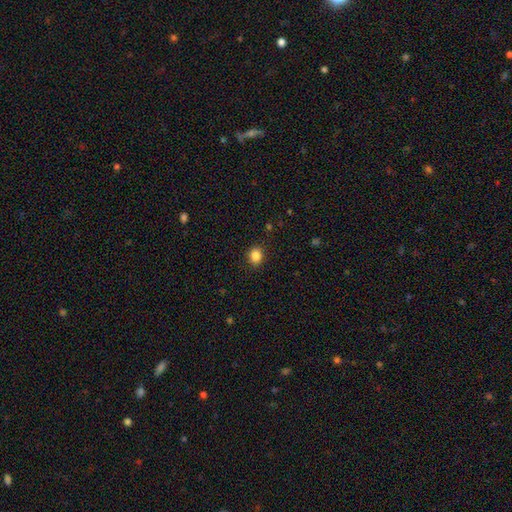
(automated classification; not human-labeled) Morphology: type=smooth (85%); roundness=round (69%); merging=none (89%).